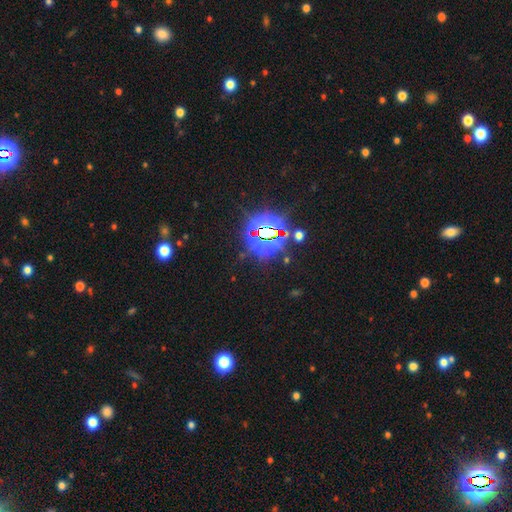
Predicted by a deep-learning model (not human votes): Smooth or featured: star or artifact — 85% (smooth — 9%)